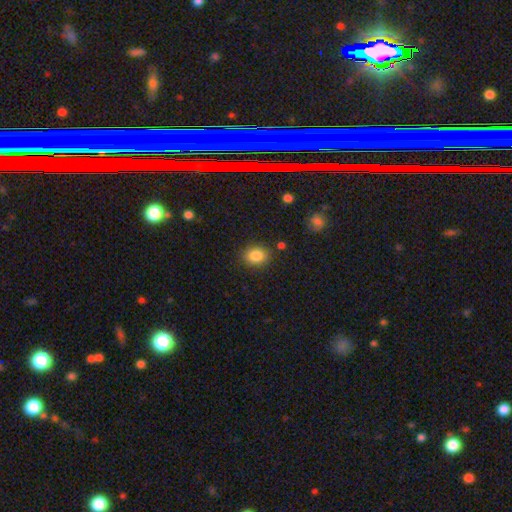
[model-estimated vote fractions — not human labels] smooth-or-featured: smooth: 85% | star or artifact: 9% | featured or disk: 6%
  how-rounded: in between: 54% | round: 45% | cigar-shaped: 1%
  merging: none: 84% | minor disturbance: 10% | major disturbance: 3% | merger: 3%